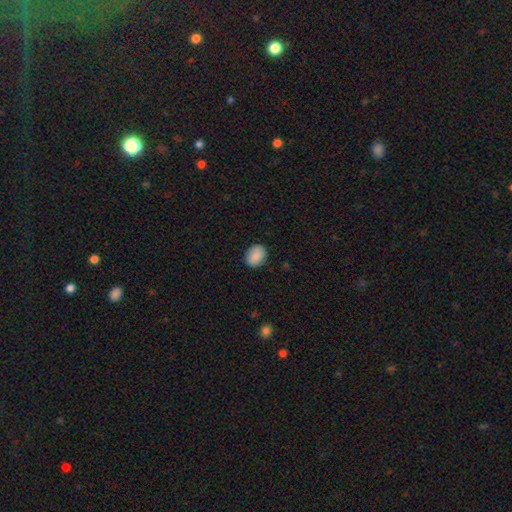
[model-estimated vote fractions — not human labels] Overall: smooth (89%). How rounded: in between (56%; round 43%). Merging: none (87%).